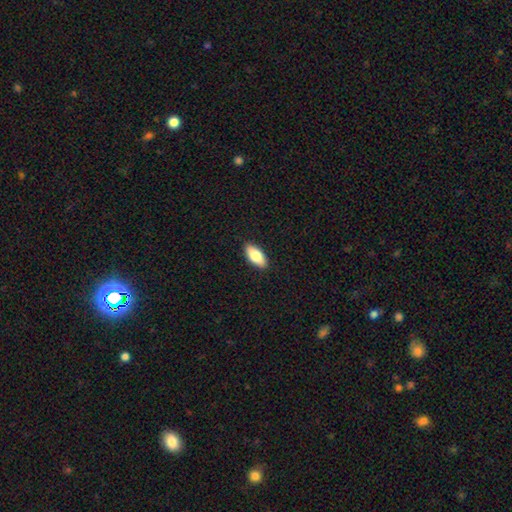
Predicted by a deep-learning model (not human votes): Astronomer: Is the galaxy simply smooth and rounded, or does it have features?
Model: smooth — 78%.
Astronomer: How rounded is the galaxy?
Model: in between — 85%.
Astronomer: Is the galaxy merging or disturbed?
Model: none — 90%.